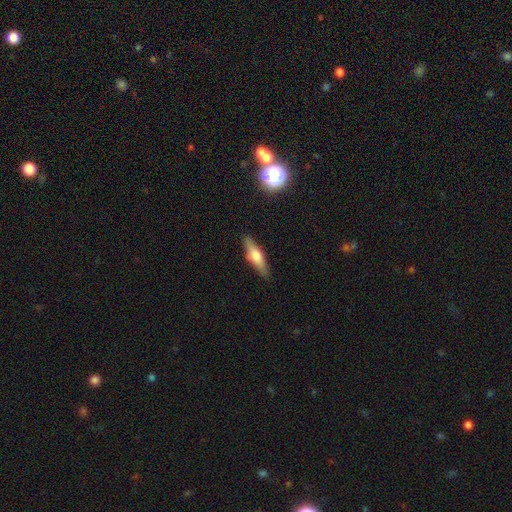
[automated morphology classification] The model was most divided on "smooth or featured": smooth: 52%, featured or disk: 41%, star or artifact: 7%. More confident: merging — none (87%); how rounded — cigar-shaped (63%).